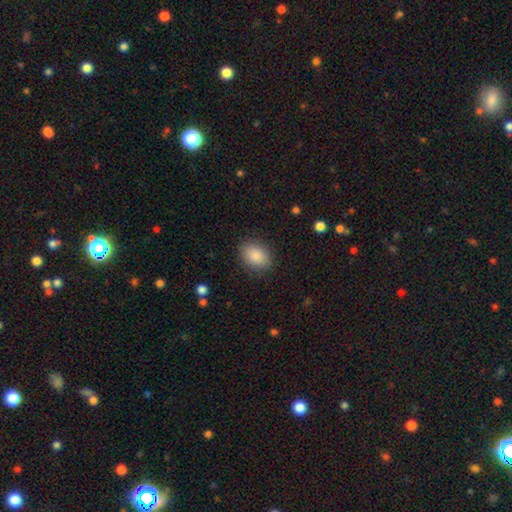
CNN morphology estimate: smooth-or-featured: smooth: 88% | star or artifact: 7% | featured or disk: 5%
  how-rounded: in between: 74% | round: 24% | cigar-shaped: 1%
  merging: none: 87% | minor disturbance: 9% | major disturbance: 3% | merger: 1%